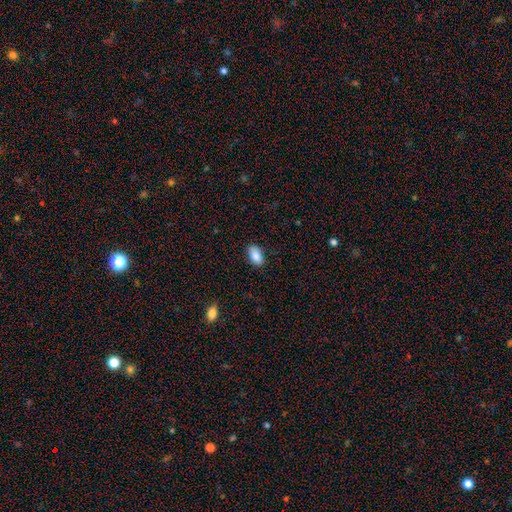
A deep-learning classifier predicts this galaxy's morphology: This is clearly a smooth galaxy (87%). How rounded: clearly in between (92%). Merging: clearly none (85%).